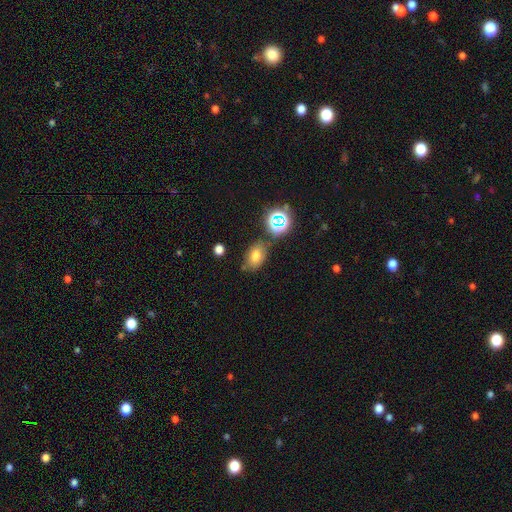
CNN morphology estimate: A smooth galaxy with no disk features (71%) that is in between round and cigar-shaped (80%).

Vote fractions:
- Smooth or featured? smooth: 71% / star or artifact: 17% / featured or disk: 12%
- How rounded? in between: 80% / round: 18% / cigar-shaped: 2%
- Merging? none: 68% / minor disturbance: 18% / merger: 9% / major disturbance: 5%